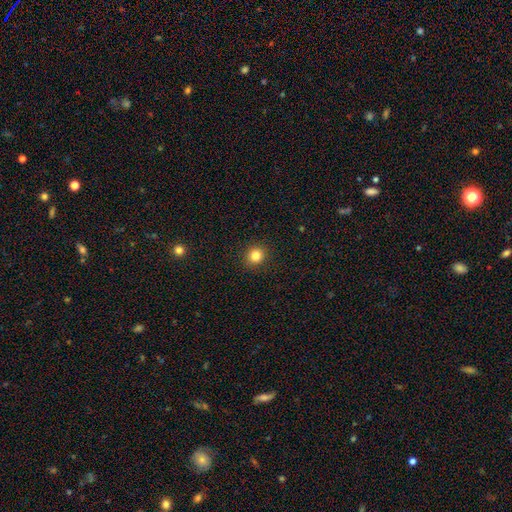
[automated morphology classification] This appears to be a smooth galaxy with no disk features (83%) that is round (88%). Merging: none (92%).